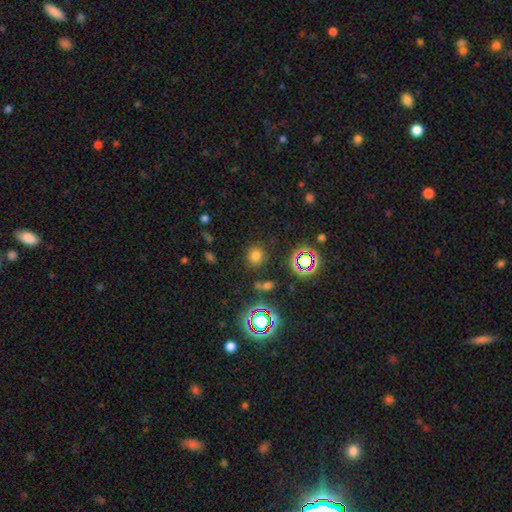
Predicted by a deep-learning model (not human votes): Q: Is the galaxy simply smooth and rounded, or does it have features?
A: smooth — 71%.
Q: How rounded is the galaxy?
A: round — 84%.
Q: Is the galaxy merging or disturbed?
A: none — 82%.